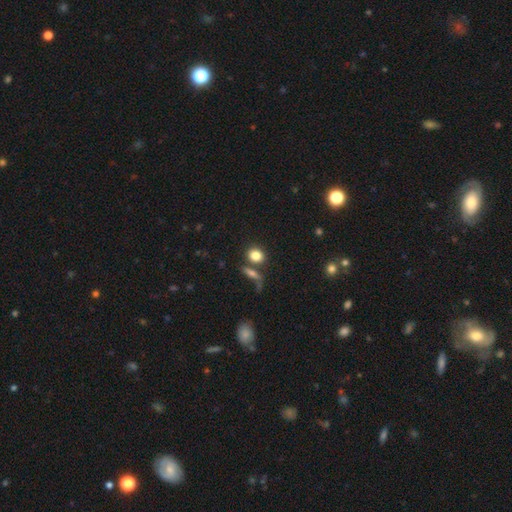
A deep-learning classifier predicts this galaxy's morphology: smooth-or-featured: smooth: 81% | star or artifact: 10% | featured or disk: 8%
  how-rounded: round: 58% | in between: 40% | cigar-shaped: 3%
  merging: none: 64% | merger: 21% | minor disturbance: 10% | major disturbance: 5%